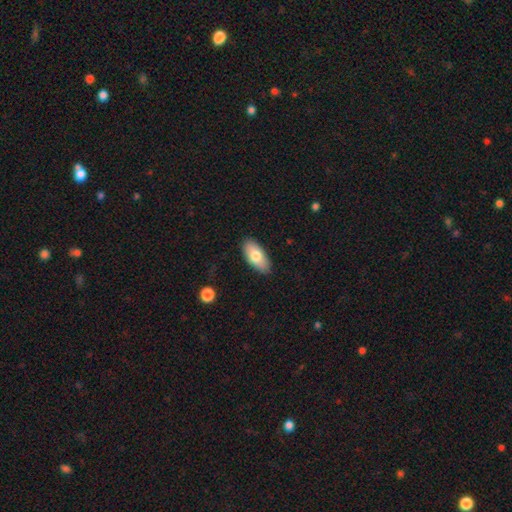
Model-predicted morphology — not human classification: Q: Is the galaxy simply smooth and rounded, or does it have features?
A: smooth — 76%.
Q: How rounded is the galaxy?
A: in between — 91%.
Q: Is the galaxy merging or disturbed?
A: none — 87%.